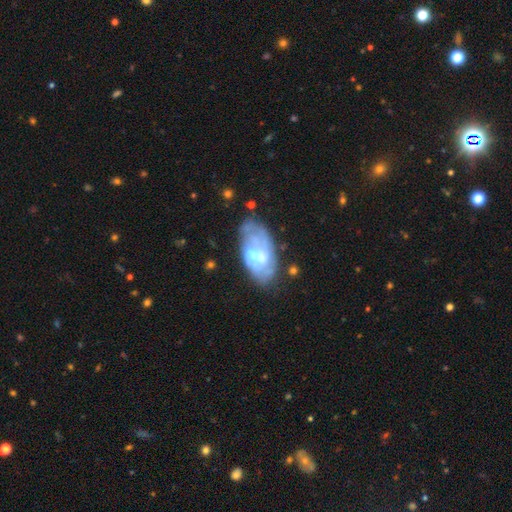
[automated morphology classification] smooth_or_featured: featured or disk (p=0.65) [alt: smooth p=0.28]
disk_edge_on: no (p=0.95) [alt: yes p=0.05]
bar: no (p=0.64) [alt: weak p=0.29]
has_spiral_arms: no (p=0.50) [tied with: yes p=0.50]
bulge_size: moderate (p=0.53) [alt: small p=0.34]
merging: none (p=0.49) [alt: minor disturbance p=0.24]